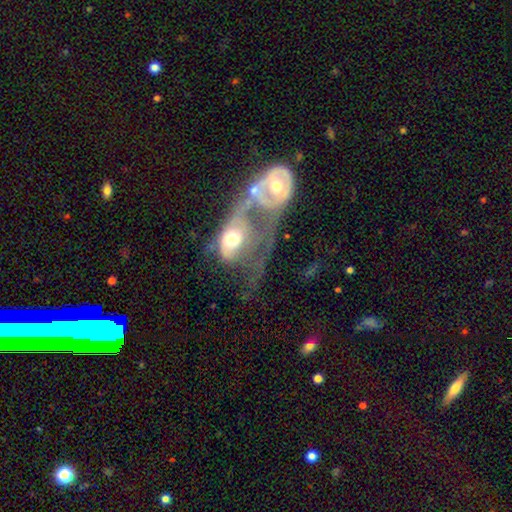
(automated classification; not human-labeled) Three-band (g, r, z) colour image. It shows a featured or disk galaxy (65%) with no bar (71%), spiral arms (64%) and a moderate central bulge (58%). Merging: merger (73%).